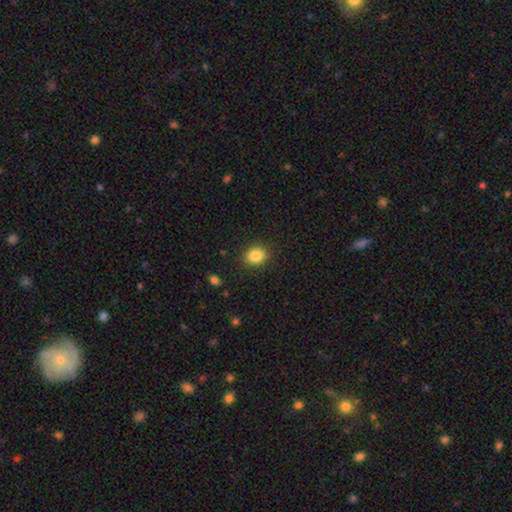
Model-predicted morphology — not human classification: Smooth or featured? smooth (85%)
How rounded? round (57%)
Merging? none (88%)